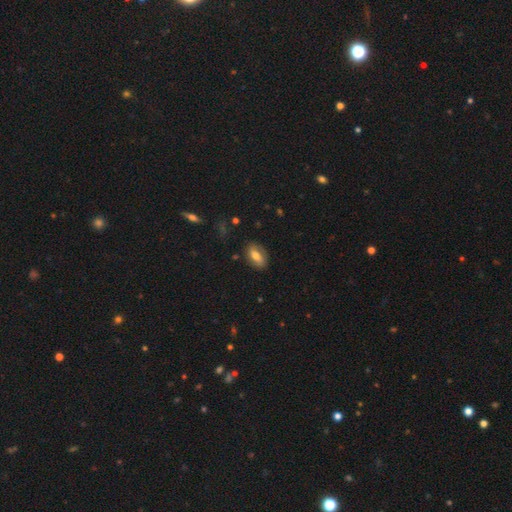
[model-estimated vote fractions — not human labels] smooth_or_featured: smooth (p=0.65) [alt: featured or disk p=0.27]
how_rounded: in between (p=0.87) [alt: round p=0.07]
merging: none (p=0.80) [alt: minor disturbance p=0.15]